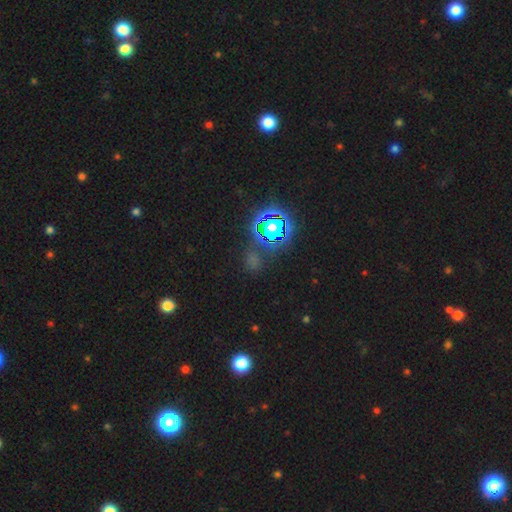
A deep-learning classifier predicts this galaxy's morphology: Overall: star or artifact (73%).